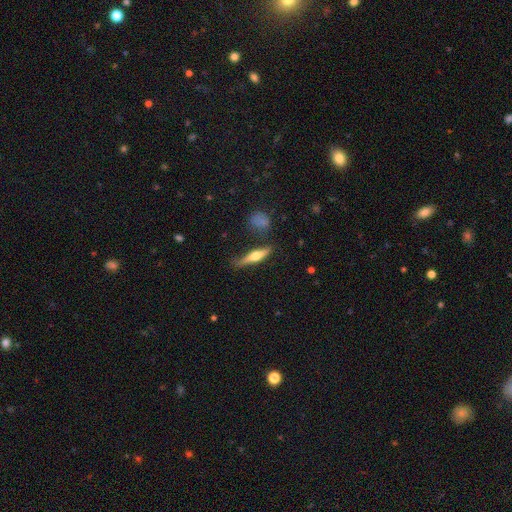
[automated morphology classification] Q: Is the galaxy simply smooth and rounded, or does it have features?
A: featured or disk — 53%.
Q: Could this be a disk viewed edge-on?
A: yes — 94%.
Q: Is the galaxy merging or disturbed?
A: none — 73%.